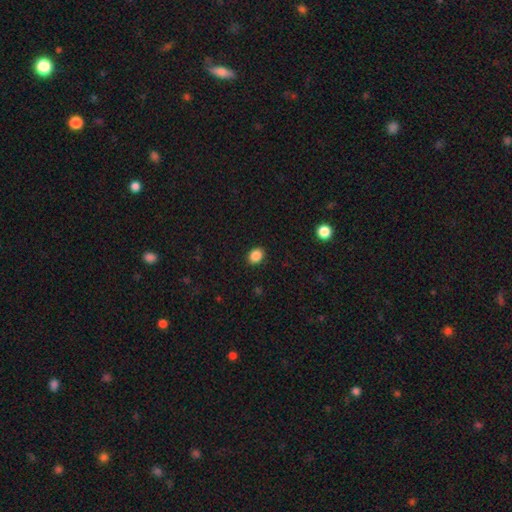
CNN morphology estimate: Smooth or featured?
  - smooth: 87% *
  - star or artifact: 10%
  - featured or disk: 3%
How rounded?
  - round: 51% *
  - in between: 48%
  - cigar-shaped: 1%
Merging?
  - none: 91% *
  - minor disturbance: 6%
  - major disturbance: 2%
  - merger: 1%